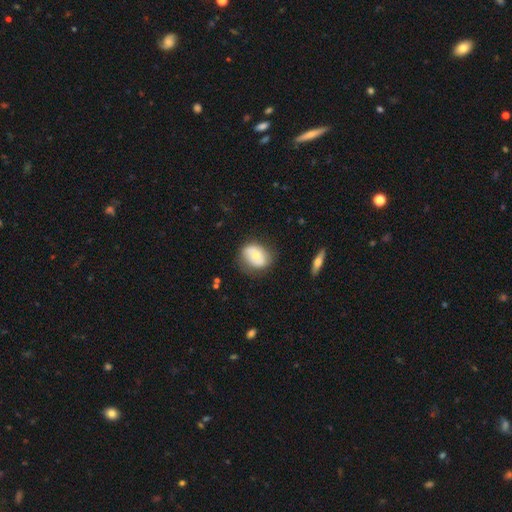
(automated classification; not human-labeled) smooth_or_featured: smooth (p=0.56) [alt: featured or disk p=0.38]
how_rounded: in between (p=0.60) [alt: round p=0.39]
merging: none (p=0.70) [alt: minor disturbance p=0.22]